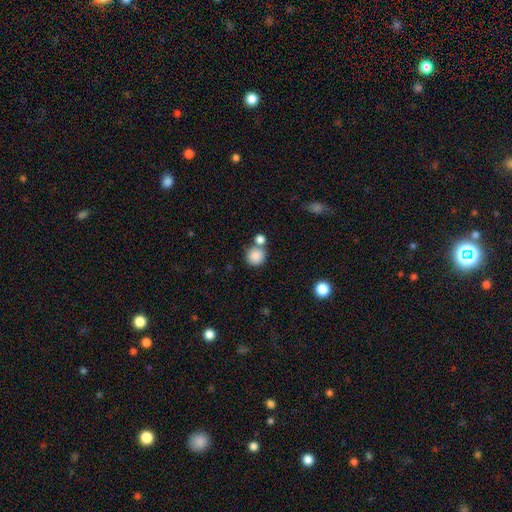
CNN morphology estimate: Smooth or featured?
  - smooth: 85% *
  - star or artifact: 9%
  - featured or disk: 6%
How rounded?
  - round: 88% *
  - in between: 11%
  - cigar-shaped: 1%
Merging?
  - none: 56% *
  - merger: 29%
  - minor disturbance: 11%
  - major disturbance: 4%